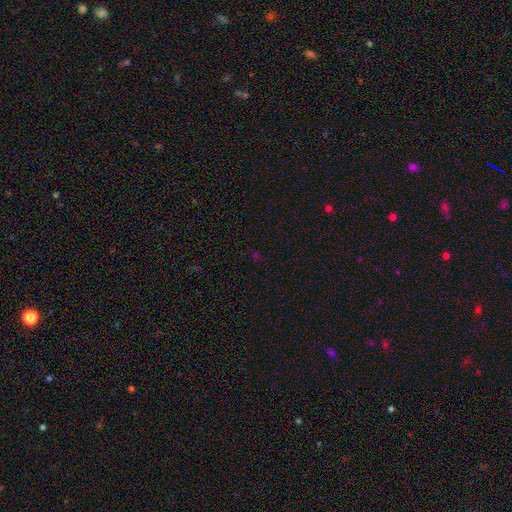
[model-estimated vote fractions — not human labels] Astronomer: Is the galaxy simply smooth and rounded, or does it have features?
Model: star or artifact — 62%.